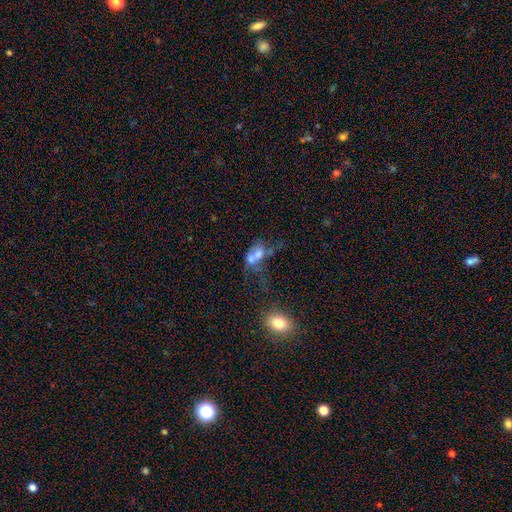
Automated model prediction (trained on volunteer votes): The model was most divided on "smooth or featured": smooth: 54%, featured or disk: 31%, star or artifact: 15%. More confident: how rounded — in between (67%); merging — merger (60%).